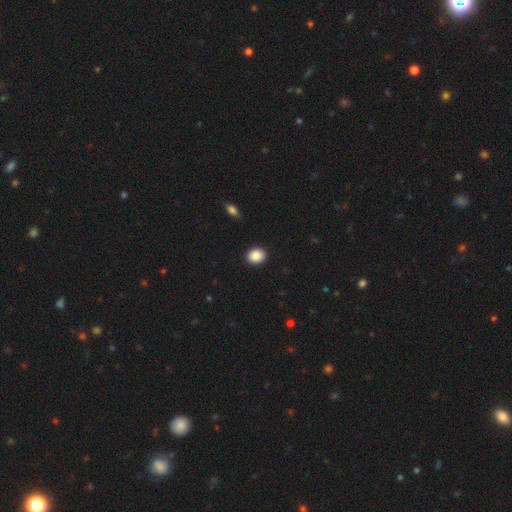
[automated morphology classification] A smooth galaxy with no disk features (88%) that is round (55%).

Vote fractions:
- Smooth or featured? smooth: 88% / star or artifact: 8% / featured or disk: 4%
- How rounded? round: 55% / in between: 45% / cigar-shaped: 1%
- Merging? none: 91% / minor disturbance: 6% / major disturbance: 2% / merger: 1%